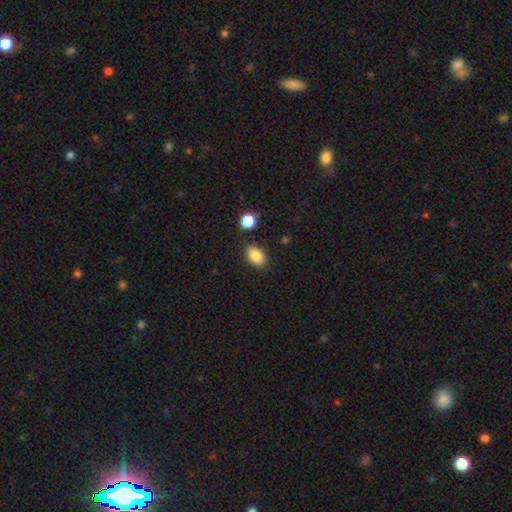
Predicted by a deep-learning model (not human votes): smooth 86%, star or artifact 9%, featured or disk 6%. Down the decision tree: how rounded — in between (86%); merging — none (83%).